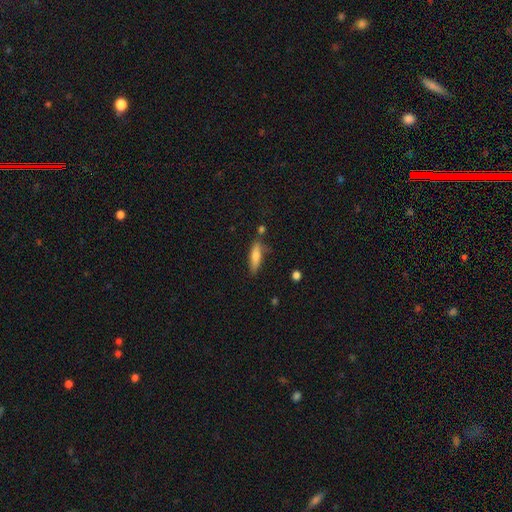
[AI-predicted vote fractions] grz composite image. It shows a smooth galaxy with no disk features (74%) that is cigar-shaped (63%). Merging: none (66%).